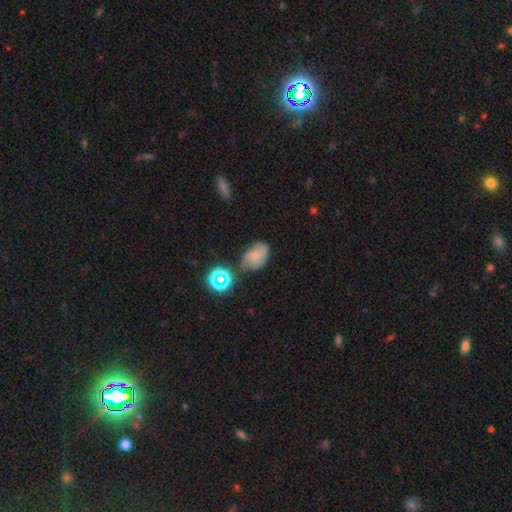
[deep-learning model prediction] smooth 46%, featured or disk 38%, star or artifact 16%. Down the decision tree: merging — none (46%).